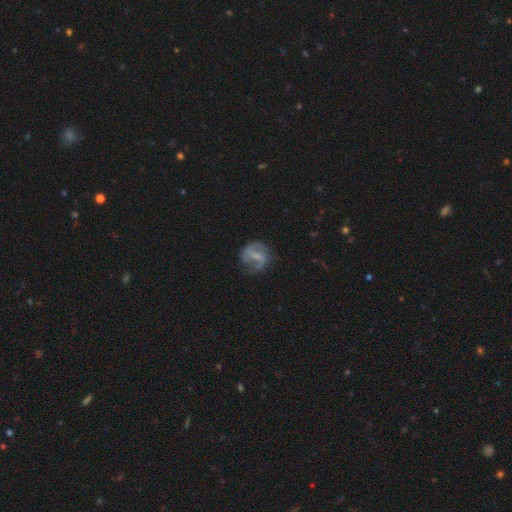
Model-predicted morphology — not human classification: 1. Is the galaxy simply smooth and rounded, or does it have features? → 66% featured or disk, 27% smooth, 7% star or artifact.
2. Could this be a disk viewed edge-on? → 97% no, 3% yes.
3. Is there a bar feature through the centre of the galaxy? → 49% weak, 31% strong, 20% no.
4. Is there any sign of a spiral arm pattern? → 80% yes, 20% no.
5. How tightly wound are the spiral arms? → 45% medium, 32% loose, 23% tight.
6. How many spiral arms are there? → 74% 2, 14% can't tell, 7% 1, 3% 3, 1% 4, 1% more than 4.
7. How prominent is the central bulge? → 39% small, 32% none, 25% moderate, 3% large, 1% dominant.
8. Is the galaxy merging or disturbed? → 61% none, 23% minor disturbance, 14% major disturbance, 2% merger.